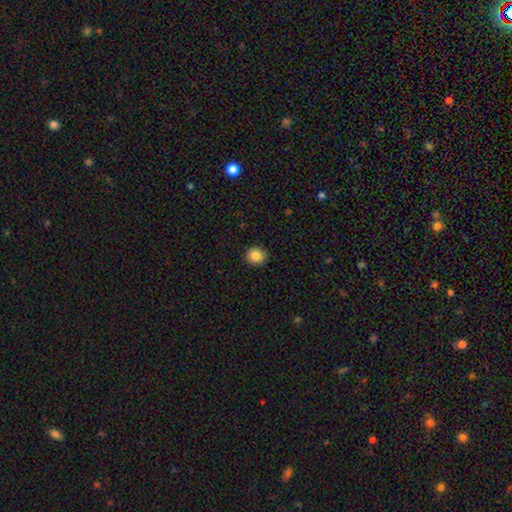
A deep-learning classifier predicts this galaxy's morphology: type=smooth (86%); roundness=round (82%); merging=none (91%).